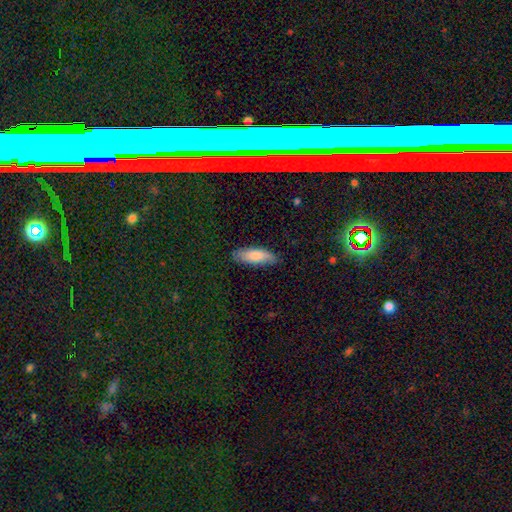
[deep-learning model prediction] Smooth or featured: smooth — 81% (featured or disk — 13%)
How rounded: in between — 64% (cigar-shaped — 34%)
Merging: none — 81% (minor disturbance — 15%)